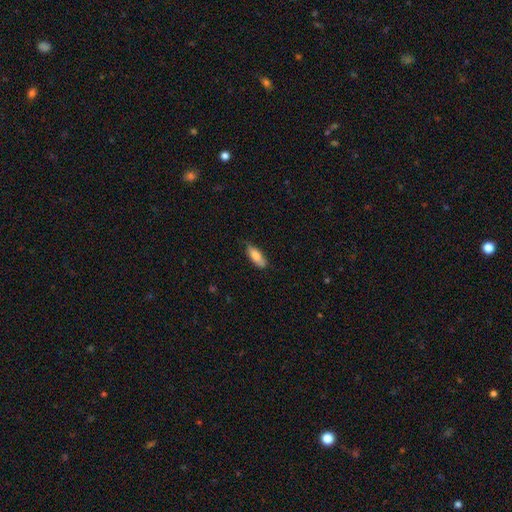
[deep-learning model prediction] smooth-or-featured: smooth: 82% | featured or disk: 12% | star or artifact: 6%
  how-rounded: in between: 60% | cigar-shaped: 38% | round: 2%
  merging: none: 76% | minor disturbance: 20% | major disturbance: 3% | merger: 1%